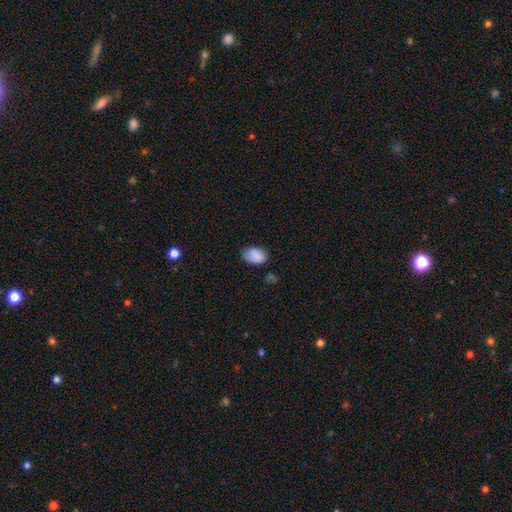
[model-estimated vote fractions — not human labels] Overall: smooth (87%). How rounded: in between (86%). Merging: none (74%).